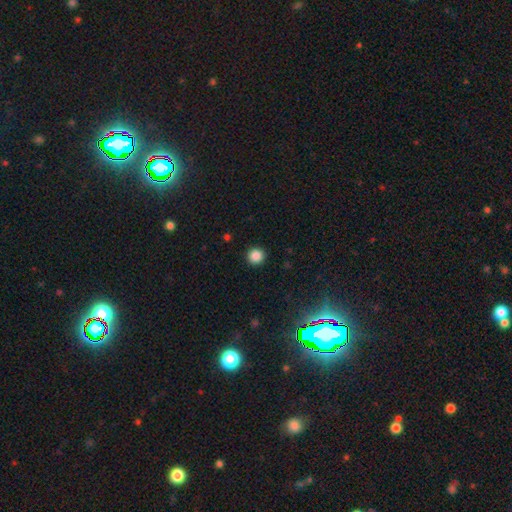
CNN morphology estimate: Smooth or featured?
  - smooth: 86% *
  - star or artifact: 11%
  - featured or disk: 3%
How rounded?
  - round: 95% *
  - in between: 4%
  - cigar-shaped: 1%
Merging?
  - none: 93% *
  - minor disturbance: 5%
  - major disturbance: 2%
  - merger: 1%